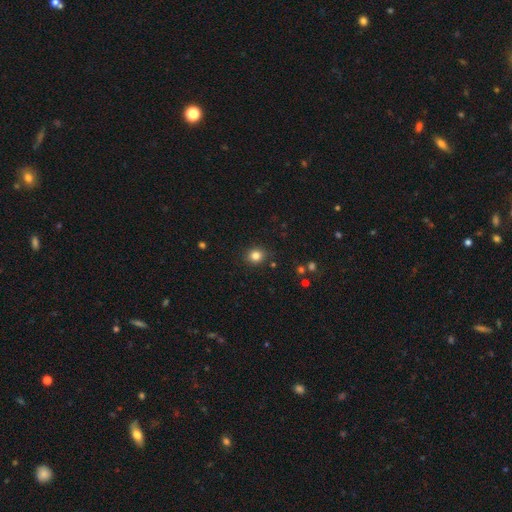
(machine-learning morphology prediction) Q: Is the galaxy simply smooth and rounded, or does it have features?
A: smooth — 83%.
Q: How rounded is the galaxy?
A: round — 77%.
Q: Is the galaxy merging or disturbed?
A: none — 88%.